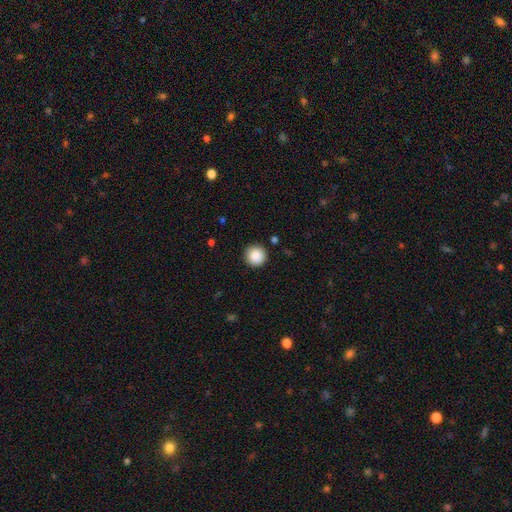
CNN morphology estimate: Q: Smooth or featured?
A: smooth (88%); runner-up: star or artifact (8%)
Q: How rounded?
A: round (96%); runner-up: in between (3%)
Q: Merging?
A: none (92%); runner-up: minor disturbance (5%)